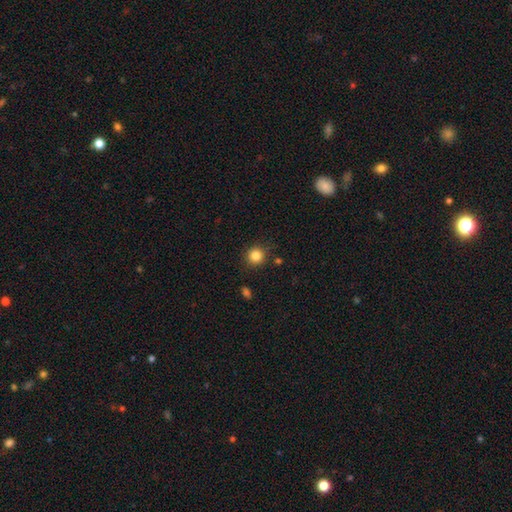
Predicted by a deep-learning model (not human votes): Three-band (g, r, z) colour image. It shows a smooth galaxy with no disk features (84%) that is round (92%). Merging: none (87%).